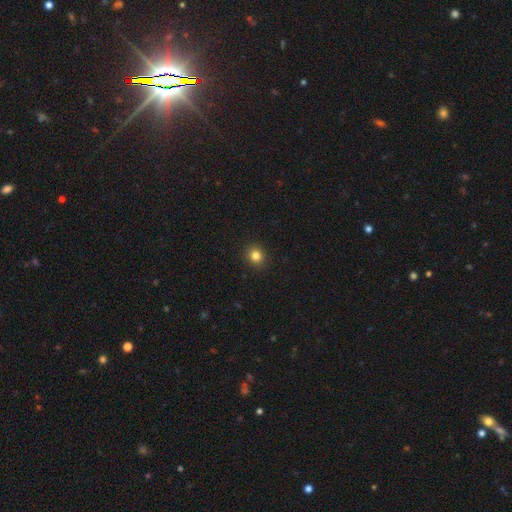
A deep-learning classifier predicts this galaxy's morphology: type=smooth (83%); roundness=round (88%); merging=none (93%).